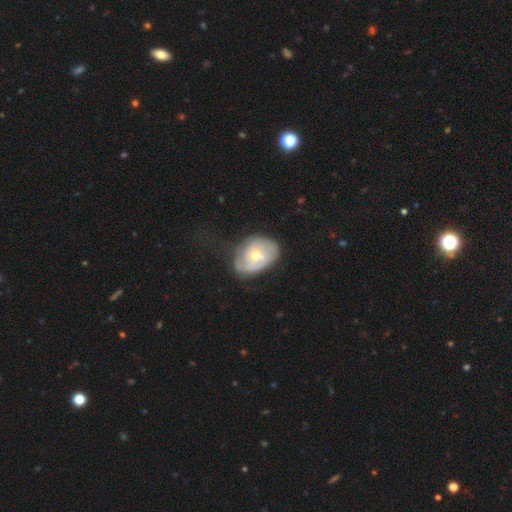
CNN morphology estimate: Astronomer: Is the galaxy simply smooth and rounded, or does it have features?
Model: featured or disk — 57% (runner-up: smooth, 36%).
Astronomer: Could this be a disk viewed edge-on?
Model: no — 96%.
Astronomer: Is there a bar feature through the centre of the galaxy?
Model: no — 80%.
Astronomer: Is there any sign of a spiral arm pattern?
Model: yes — 52% (runner-up: no, 48%).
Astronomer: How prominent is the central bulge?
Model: moderate — 65%.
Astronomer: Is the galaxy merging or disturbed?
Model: none — 48% (runner-up: minor disturbance, 33%).